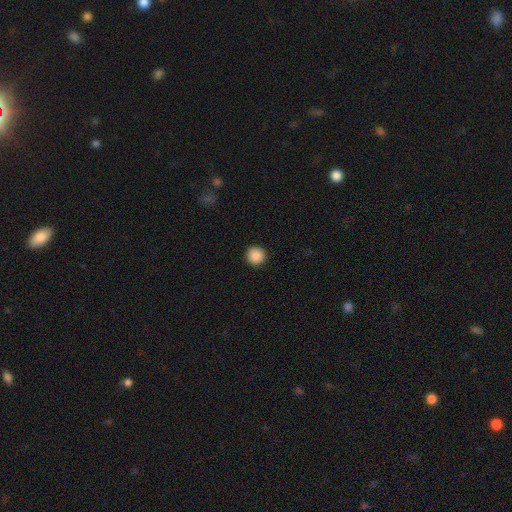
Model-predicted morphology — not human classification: This appears to be a smooth galaxy with no disk features (89%) that is round (96%). Merging: none (92%).